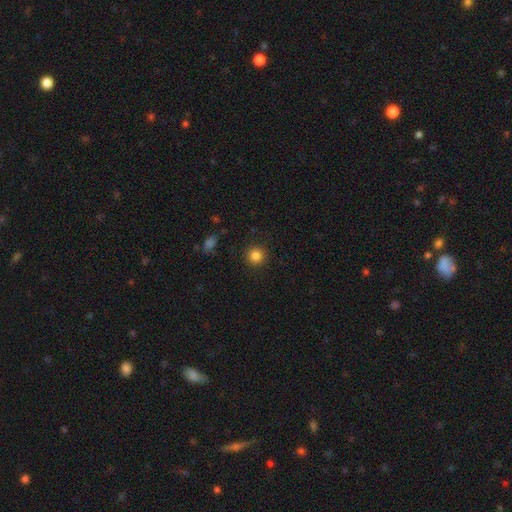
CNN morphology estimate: smooth_or_featured: smooth (p=0.84) [alt: star or artifact p=0.11]
how_rounded: round (p=0.94) [alt: in between p=0.05]
merging: none (p=0.91) [alt: minor disturbance p=0.06]